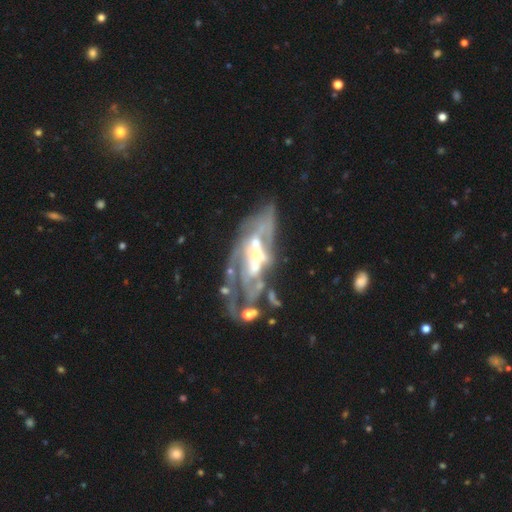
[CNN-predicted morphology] A featured or disk galaxy (80%) with no bar (57%), spiral arms (61%) and a moderate central bulge (43%).

Vote fractions:
- Smooth or featured? featured or disk: 80% / smooth: 11% / star or artifact: 8%
- Edge-on disk? no: 92% / yes: 8%
- Bar? no: 57% / weak: 26% / strong: 17%
- Spiral arms? yes: 61% / no: 39%
- Bulge size? moderate: 43% / small: 33% / none: 12% / large: 9% / dominant: 2%
- Merging? major disturbance: 38% / merger: 25% / none: 23% / minor disturbance: 14%